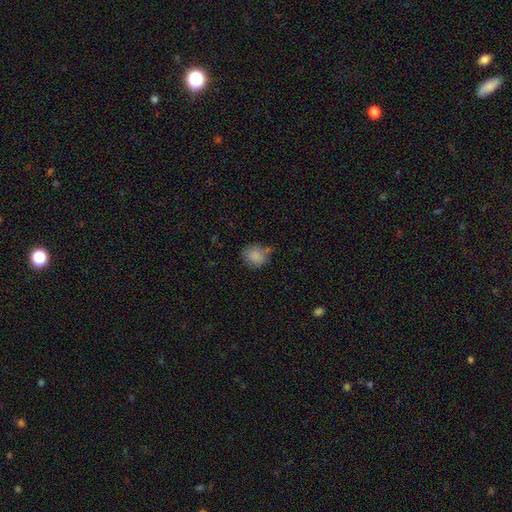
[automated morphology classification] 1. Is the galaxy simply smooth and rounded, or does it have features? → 86% smooth, 9% star or artifact, 6% featured or disk.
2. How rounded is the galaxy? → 78% round, 21% in between, 1% cigar-shaped.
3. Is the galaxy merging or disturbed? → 62% none, 24% minor disturbance, 8% merger, 6% major disturbance.